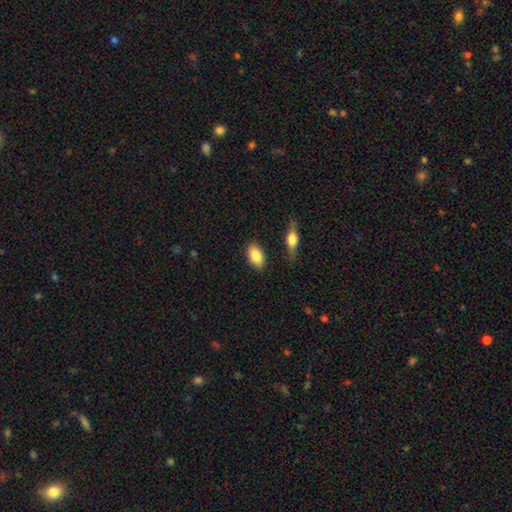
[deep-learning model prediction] Smooth or featured? Predicted: smooth (p=0.84). How rounded? Predicted: in between (p=0.90). Merging? Predicted: none (p=0.86).